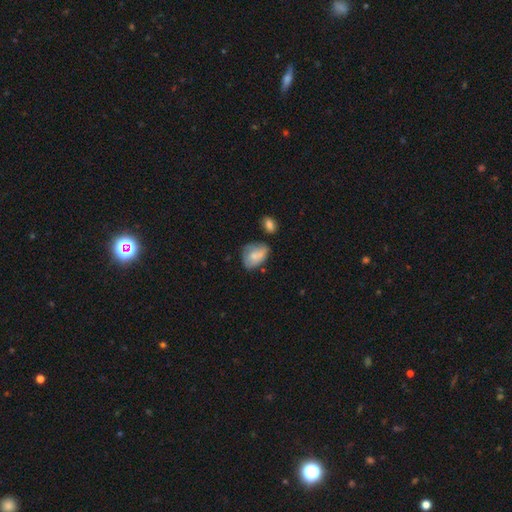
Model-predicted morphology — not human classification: smooth 66%, featured or disk 26%, star or artifact 7%. Down the decision tree: how rounded — in between (70%); merging — none (39%).